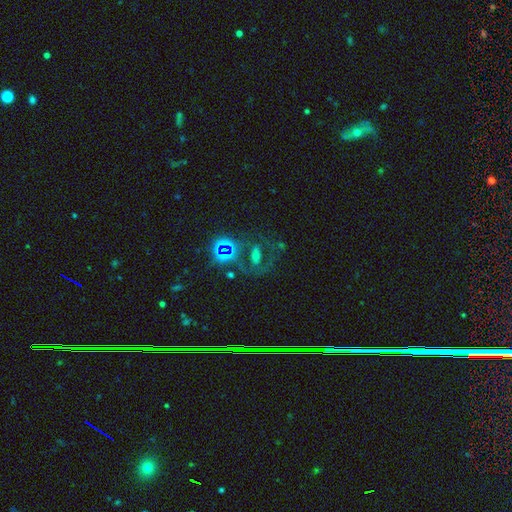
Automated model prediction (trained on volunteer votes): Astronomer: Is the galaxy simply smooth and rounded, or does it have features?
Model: featured or disk — 40% (runner-up: star or artifact, 35%).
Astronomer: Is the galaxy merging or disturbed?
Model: none — 52%.